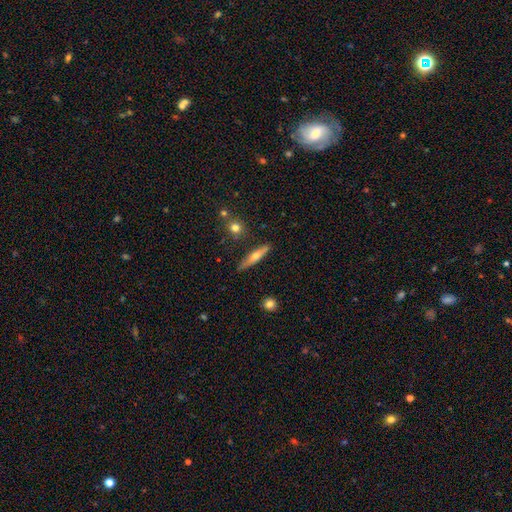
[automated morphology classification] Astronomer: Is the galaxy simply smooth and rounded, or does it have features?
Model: smooth — 47% (runner-up: featured or disk, 46%).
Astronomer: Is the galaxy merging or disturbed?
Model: none — 84%.